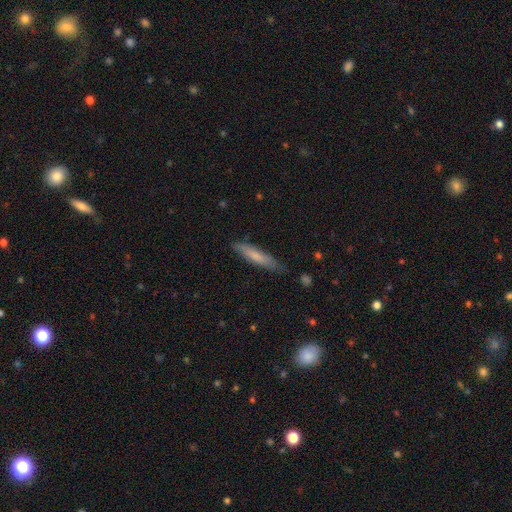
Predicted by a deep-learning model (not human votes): Q: Smooth or featured?
A: smooth (70%); runner-up: featured or disk (24%)
Q: How rounded?
A: cigar-shaped (87%); runner-up: in between (12%)
Q: Merging?
A: none (80%); runner-up: minor disturbance (16%)